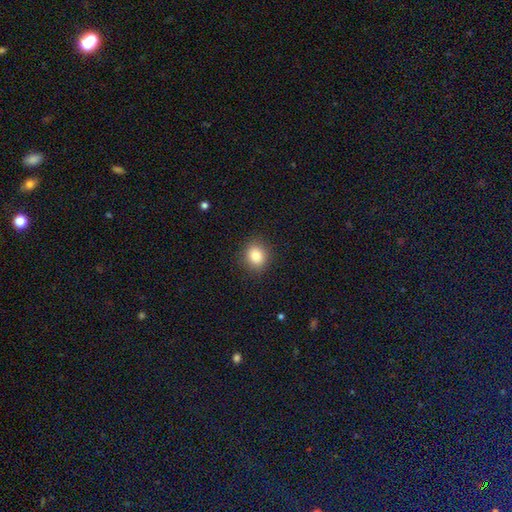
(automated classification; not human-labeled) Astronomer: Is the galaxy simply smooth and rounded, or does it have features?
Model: smooth — 84%.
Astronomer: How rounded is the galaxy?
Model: round — 71%.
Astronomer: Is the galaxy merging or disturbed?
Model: none — 88%.